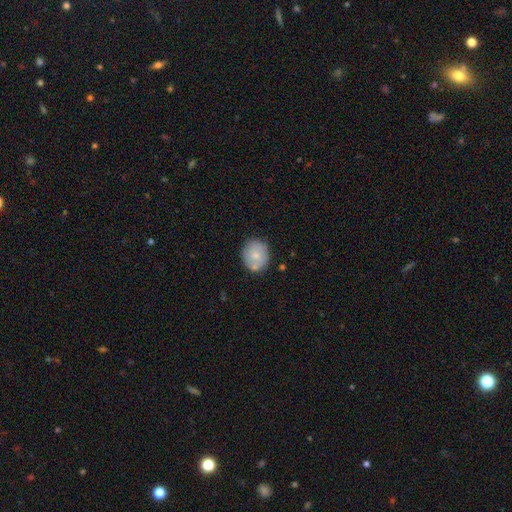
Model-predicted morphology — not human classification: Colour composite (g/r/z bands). It shows a smooth galaxy with no disk features (73%) that is round (75%). Merging: none (75%).